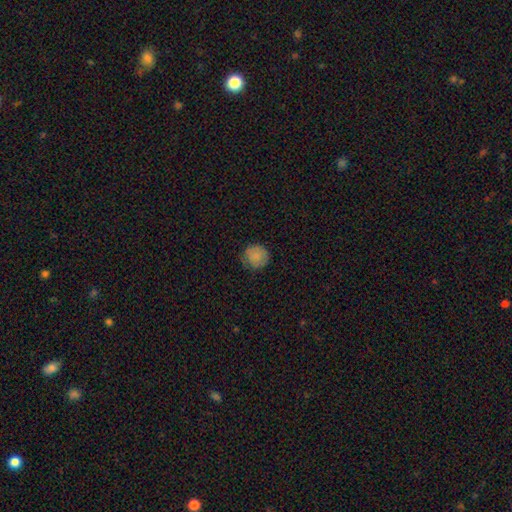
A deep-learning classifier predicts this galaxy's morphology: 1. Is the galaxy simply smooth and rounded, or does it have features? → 82% smooth, 10% featured or disk, 9% star or artifact.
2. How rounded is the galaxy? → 91% round, 8% in between, 1% cigar-shaped.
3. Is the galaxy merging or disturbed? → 78% none, 17% minor disturbance, 4% major disturbance, 1% merger.